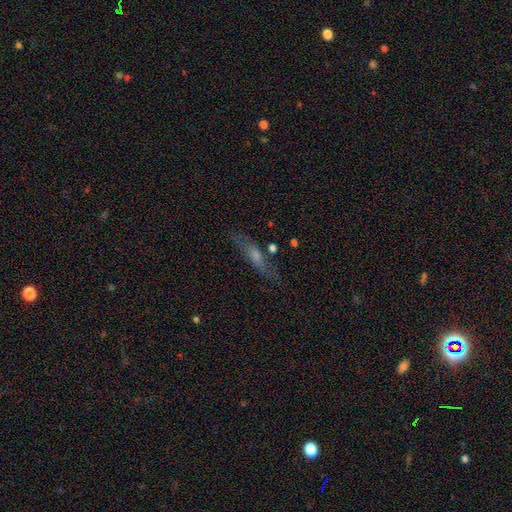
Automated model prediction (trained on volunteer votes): smooth-or-featured: featured or disk: 50% | smooth: 34% | star or artifact: 17%
  merging: none: 76% | minor disturbance: 15% | major disturbance: 5% | merger: 4%